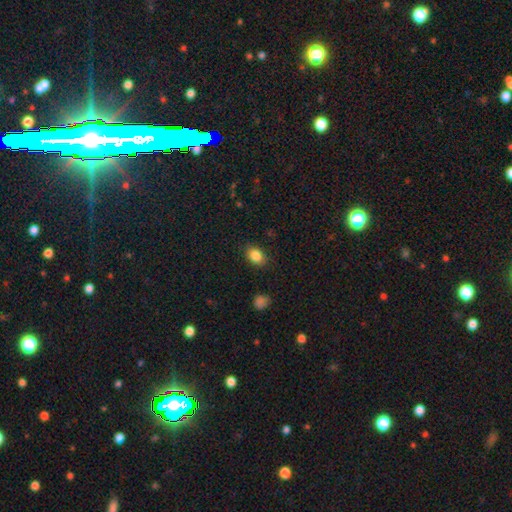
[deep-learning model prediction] This is clearly a smooth galaxy (86%). How rounded: likely in between (71%). Merging: clearly none (83%).